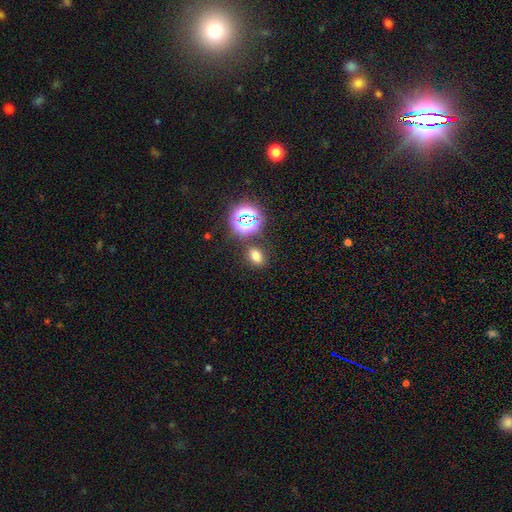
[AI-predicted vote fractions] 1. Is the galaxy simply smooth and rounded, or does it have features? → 68% smooth, 24% star or artifact, 8% featured or disk.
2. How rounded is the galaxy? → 67% in between, 32% round, 2% cigar-shaped.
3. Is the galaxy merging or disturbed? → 81% none, 9% minor disturbance, 6% merger, 3% major disturbance.